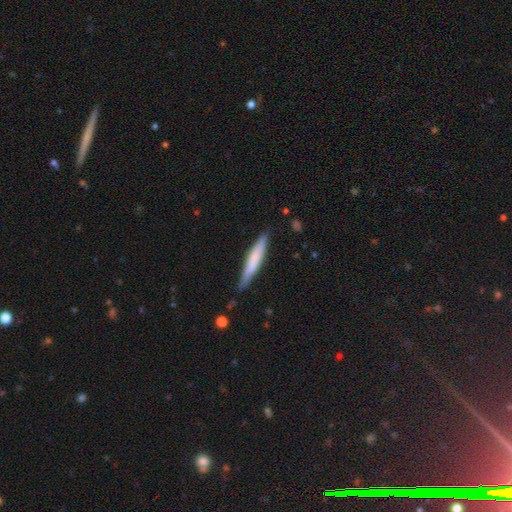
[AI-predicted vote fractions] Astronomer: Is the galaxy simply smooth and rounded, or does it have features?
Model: smooth — 61%.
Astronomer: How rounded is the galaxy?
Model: cigar-shaped — 93%.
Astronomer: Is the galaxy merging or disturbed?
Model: none — 79%.